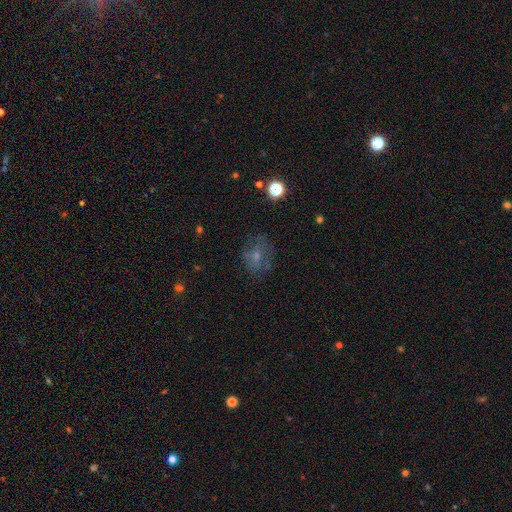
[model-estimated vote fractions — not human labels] smooth 47%, featured or disk 35%, star or artifact 17%. Down the decision tree: merging — none (64%).